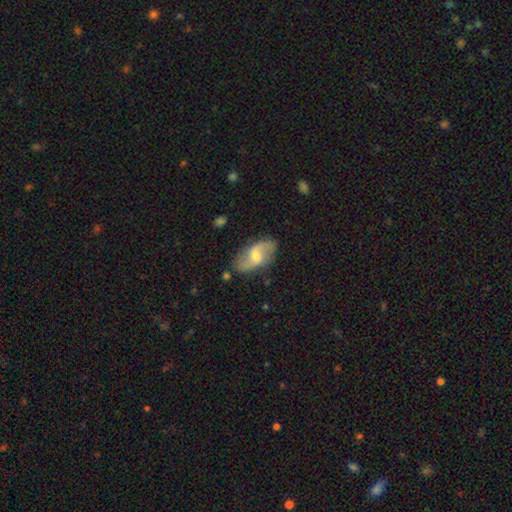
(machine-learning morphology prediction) Smooth or featured? Predicted: featured or disk (p=0.68). Edge-on disk? Predicted: no (p=0.95). Bar? Predicted: weak (p=0.52). Spiral arms? Predicted: yes (p=0.90). Spiral winding? Predicted: loose (p=0.59). Spiral arm count? Predicted: 2 (p=0.89). Bulge size? Predicted: small (p=0.49). Merging? Predicted: none (p=0.77).